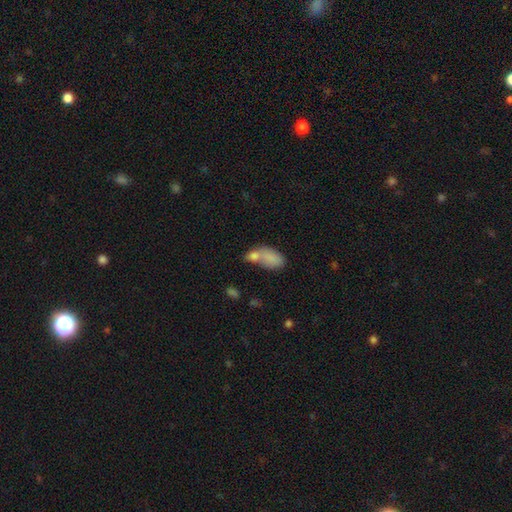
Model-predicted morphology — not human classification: smooth_or_featured: smooth (p=0.79) [alt: featured or disk p=0.12]
how_rounded: in between (p=0.86) [alt: round p=0.10]
merging: merger (p=0.53) [alt: none p=0.27]